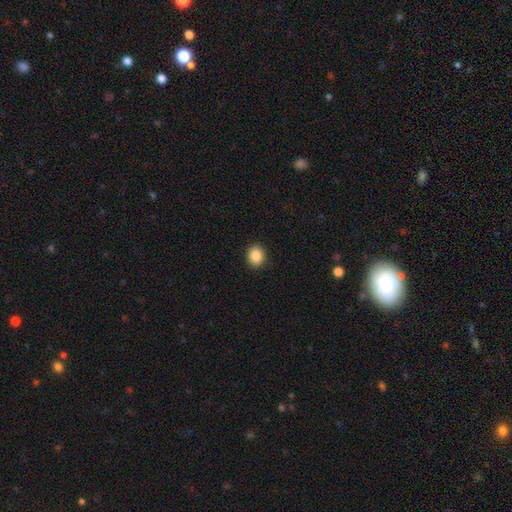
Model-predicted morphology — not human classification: Overall: smooth (87%). How rounded: round (66%; in between 33%). Merging: none (91%).